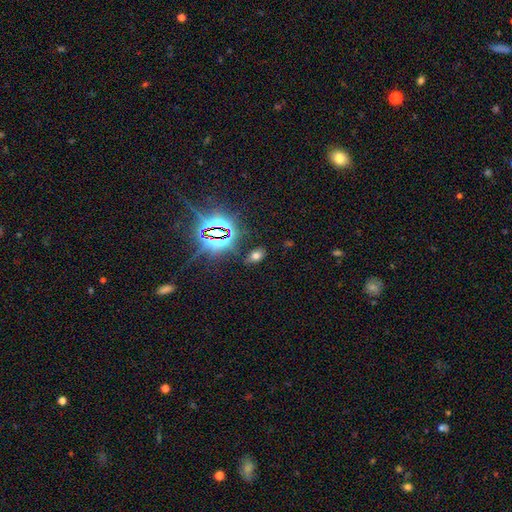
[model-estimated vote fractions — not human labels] Smooth or featured: smooth — 56% (star or artifact — 34%)
How rounded: in between — 87% (round — 11%)
Merging: none — 81% (minor disturbance — 12%)